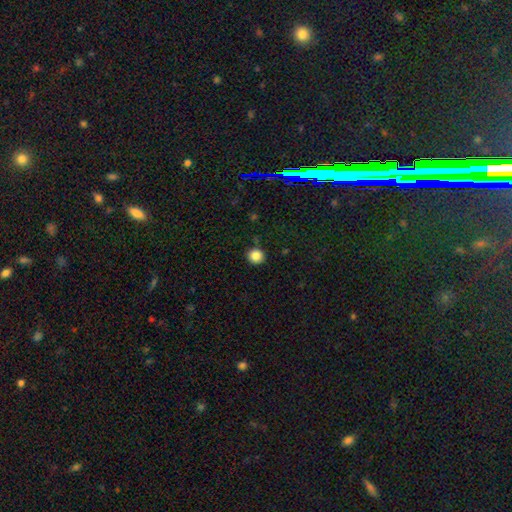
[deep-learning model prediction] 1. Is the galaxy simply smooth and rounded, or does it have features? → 85% smooth, 11% star or artifact, 4% featured or disk.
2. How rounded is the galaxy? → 90% round, 9% in between, 1% cigar-shaped.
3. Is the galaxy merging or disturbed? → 89% none, 7% minor disturbance, 2% major disturbance, 2% merger.